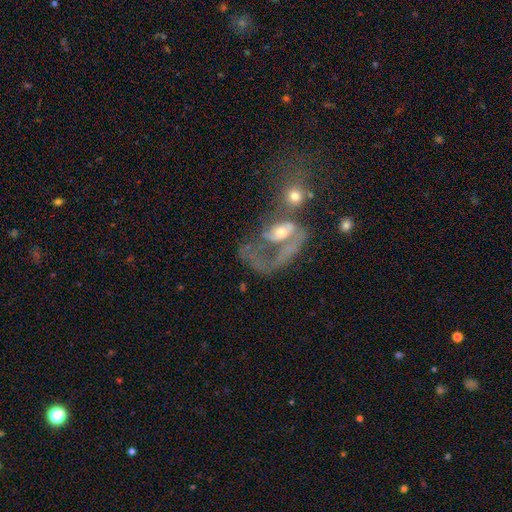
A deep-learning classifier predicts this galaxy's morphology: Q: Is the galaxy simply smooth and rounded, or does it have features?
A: featured or disk — 66%.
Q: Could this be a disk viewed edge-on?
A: no — 95%.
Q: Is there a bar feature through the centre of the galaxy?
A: no — 65%.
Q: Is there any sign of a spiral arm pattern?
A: yes — 52%.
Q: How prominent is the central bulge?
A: moderate — 54%.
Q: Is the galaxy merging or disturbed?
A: merger — 56%.